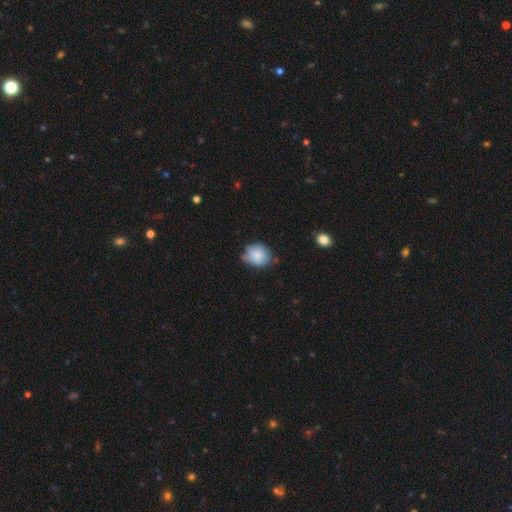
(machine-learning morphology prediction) Overall: smooth (82%). How rounded: round (74%). Merging: none (60%; minor disturbance 30%).